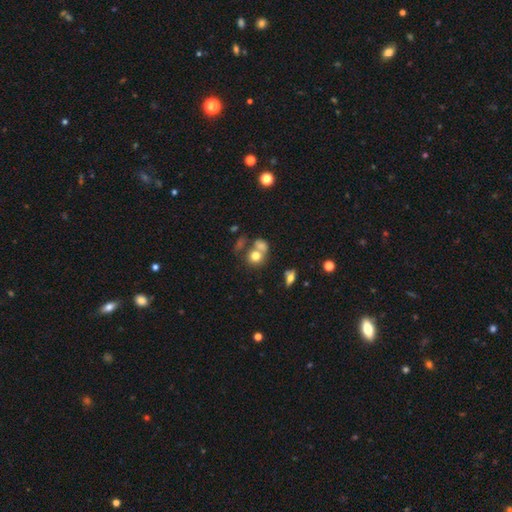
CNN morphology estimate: A smooth galaxy with no disk features (73%) that is round (73%).

Vote fractions:
- Smooth or featured? smooth: 73% / featured or disk: 14% / star or artifact: 12%
- How rounded? round: 73% / in between: 26% / cigar-shaped: 1%
- Merging? none: 42% / merger: 40% / minor disturbance: 11% / major disturbance: 7%